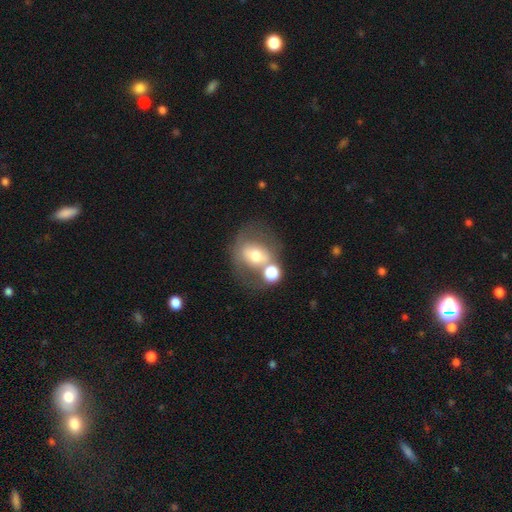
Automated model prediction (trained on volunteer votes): Smooth or featured? smooth (45%)
Merging? none (43%)